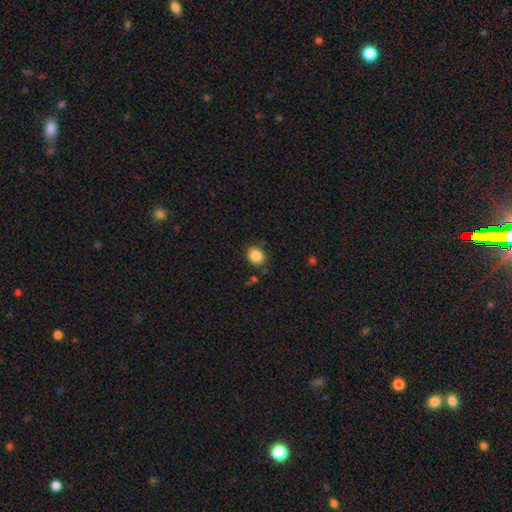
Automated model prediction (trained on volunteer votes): Q: Smooth or featured?
A: smooth (86%); runner-up: star or artifact (9%)
Q: How rounded?
A: round (50%); runner-up: in between (49%)
Q: Merging?
A: none (83%); runner-up: minor disturbance (11%)